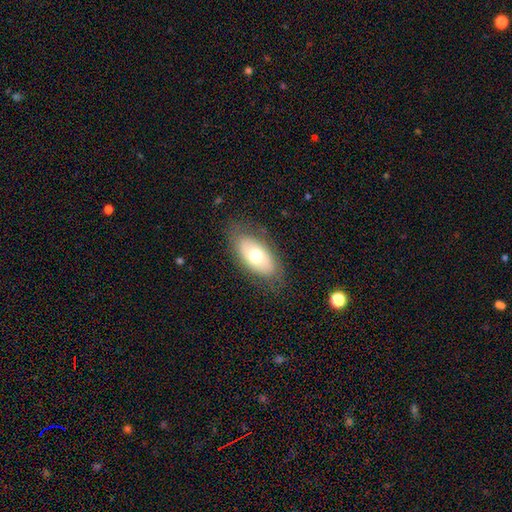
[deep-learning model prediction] smooth_or_featured: smooth (p=0.63) [alt: featured or disk p=0.30]
how_rounded: in between (p=0.92) [alt: cigar-shaped p=0.04]
merging: none (p=0.78) [alt: minor disturbance p=0.16]